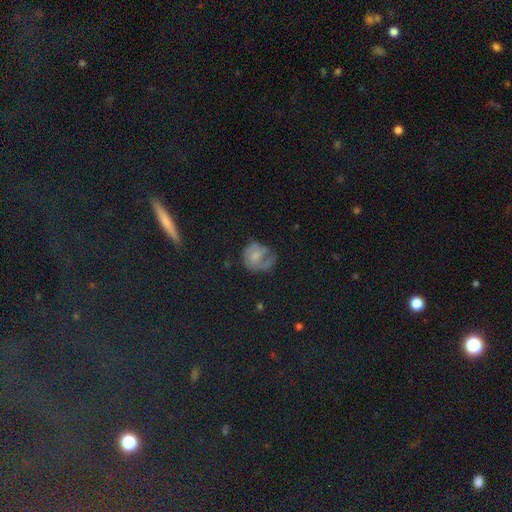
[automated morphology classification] Smooth or featured? Predicted: smooth (p=0.47). Merging? Predicted: none (p=0.39).